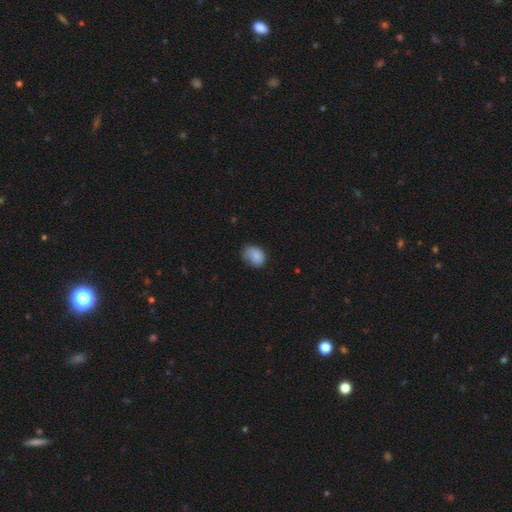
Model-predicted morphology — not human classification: type=smooth (80%); roundness=in between (57%); merging=none (52%).